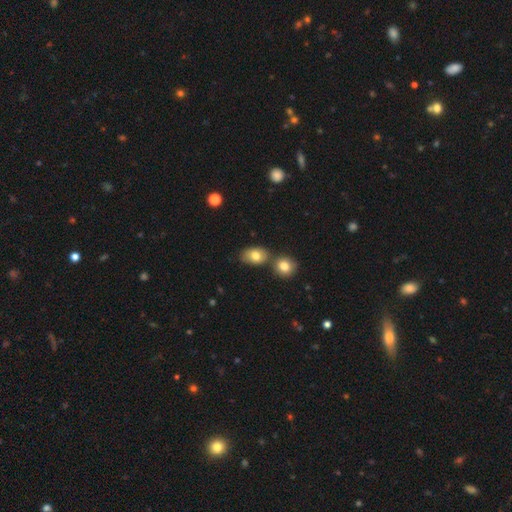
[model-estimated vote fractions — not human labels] Smooth or featured? Predicted: smooth (p=0.79). How rounded? Predicted: in between (p=0.80). Merging? Predicted: none (p=0.58).